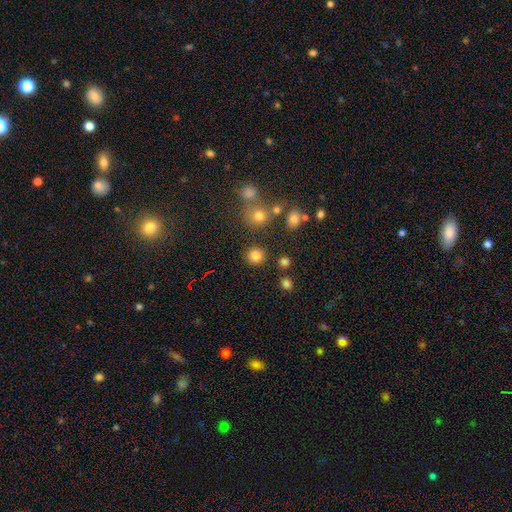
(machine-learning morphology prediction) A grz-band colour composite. It shows a smooth galaxy with no disk features (81%) that is round (92%). Merging: none (87%).